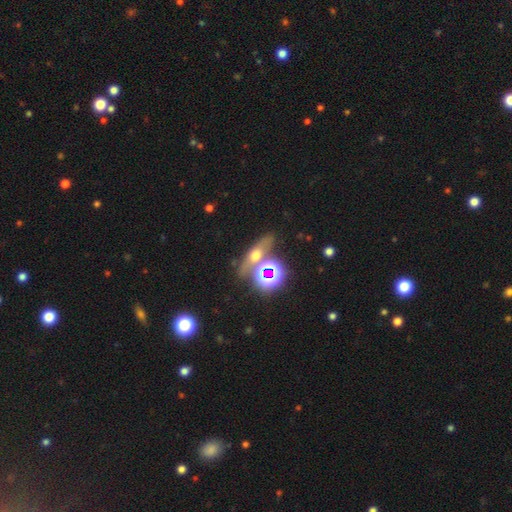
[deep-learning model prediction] Q: Smooth or featured?
A: smooth (38%); runner-up: star or artifact (34%)
Q: Merging?
A: none (64%); runner-up: merger (19%)